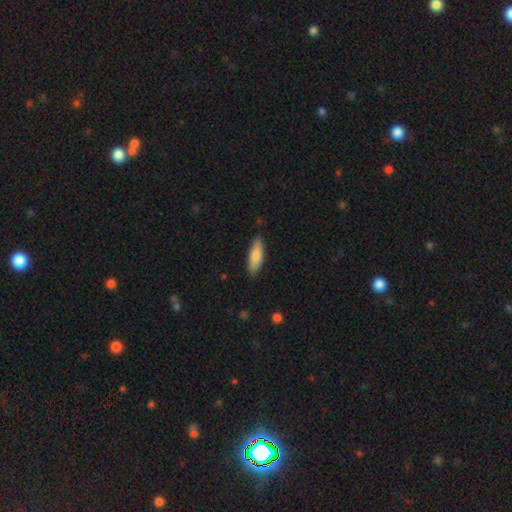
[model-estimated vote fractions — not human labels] Morphology: type=smooth (82%); roundness=in between (51%); merging=none (86%).